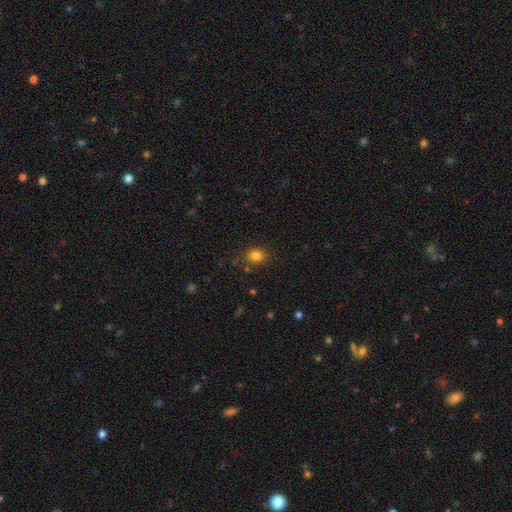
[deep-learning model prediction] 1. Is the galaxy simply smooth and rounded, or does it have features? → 82% smooth, 12% star or artifact, 6% featured or disk.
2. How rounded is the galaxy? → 66% round, 33% in between, 1% cigar-shaped.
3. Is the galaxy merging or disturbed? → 83% none, 11% minor disturbance, 3% major disturbance, 3% merger.